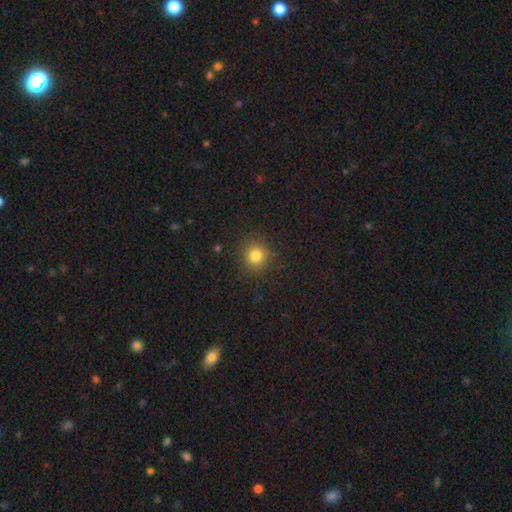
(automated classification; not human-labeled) Smooth or featured? Predicted: smooth (p=0.81). How rounded? Predicted: round (p=0.92). Merging? Predicted: none (p=0.89).